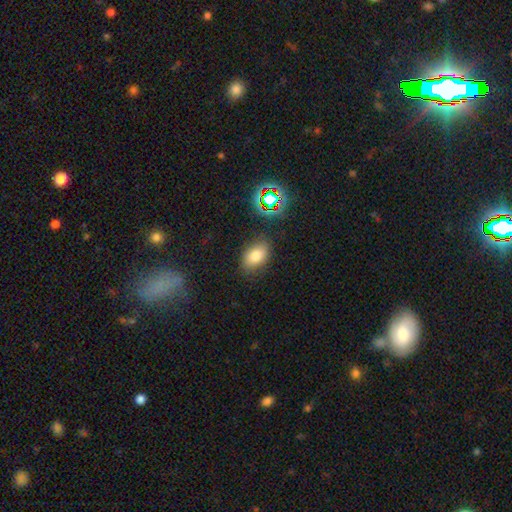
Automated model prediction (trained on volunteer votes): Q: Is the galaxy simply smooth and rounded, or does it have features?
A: smooth — 76%.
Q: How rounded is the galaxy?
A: in between — 85%.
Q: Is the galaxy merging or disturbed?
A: none — 80%.